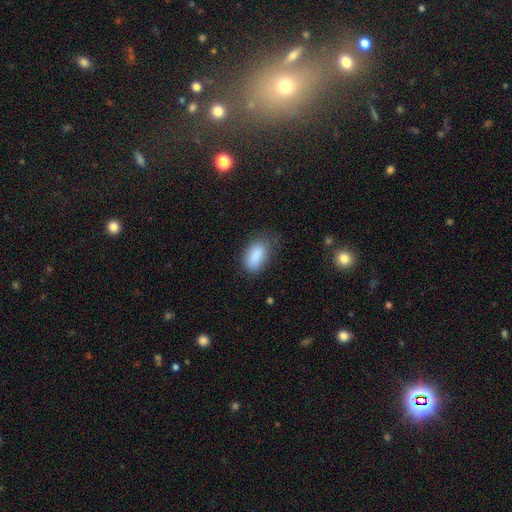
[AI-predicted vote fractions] This appears to be a smooth galaxy with no disk features (88%) that is in between round and cigar-shaped (93%). Merging: none (71%).